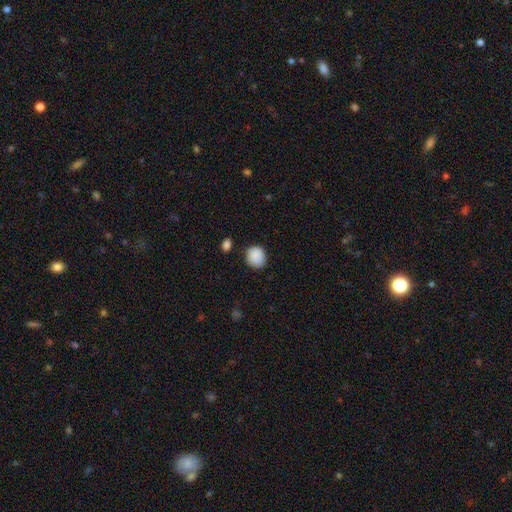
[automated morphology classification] A smooth galaxy with no disk features (89%) that is round (74%). Merging: none (82%).